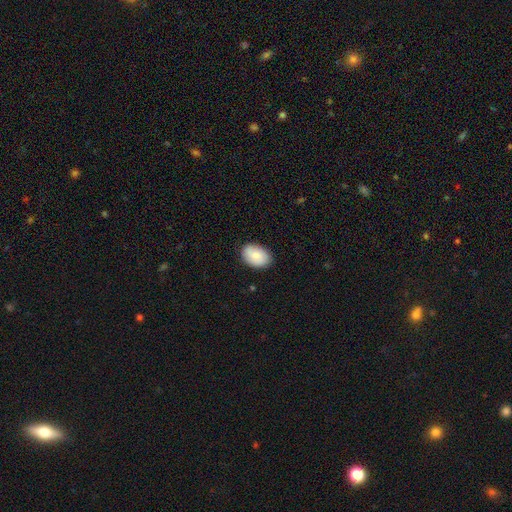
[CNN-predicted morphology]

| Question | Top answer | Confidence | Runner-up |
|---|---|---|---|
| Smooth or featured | smooth | 86% | featured or disk (8%) |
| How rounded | in between | 87% | round (12%) |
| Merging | none | 85% | minor disturbance (12%) |